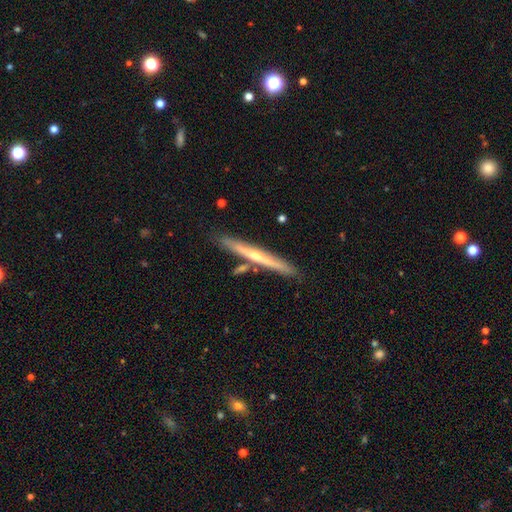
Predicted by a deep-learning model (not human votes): smooth_or_featured: featured or disk (p=0.68) [alt: smooth p=0.26]
disk_edge_on: yes (p=0.96) [alt: no p=0.04]
edge_on_bulge: rounded (p=0.71) [alt: none p=0.25]
merging: none (p=0.85) [alt: minor disturbance p=0.09]